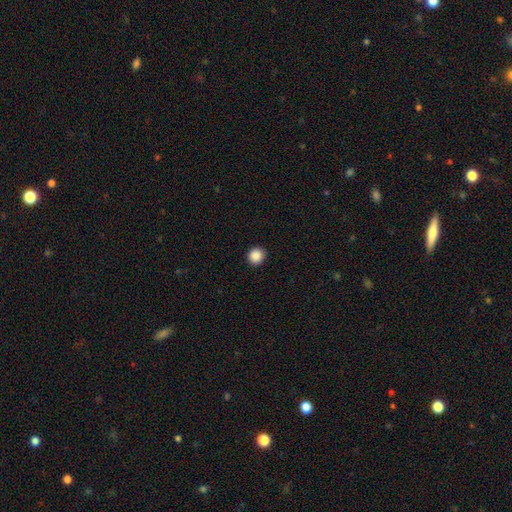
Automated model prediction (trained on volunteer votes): smooth_or_featured: smooth (p=0.88) [alt: star or artifact p=0.09]
how_rounded: round (p=0.88) [alt: in between p=0.11]
merging: none (p=0.92) [alt: minor disturbance p=0.05]